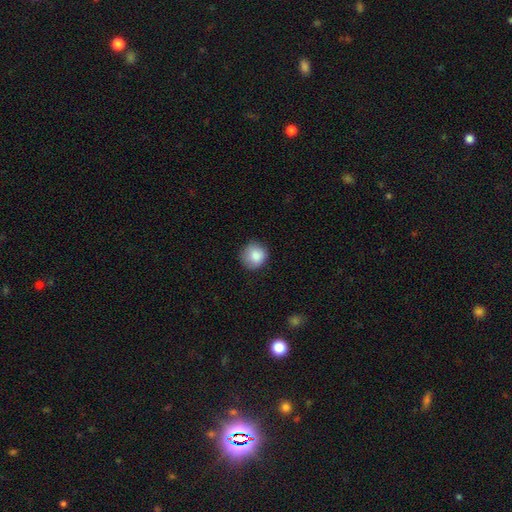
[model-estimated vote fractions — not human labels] The model was most divided on "merging": none: 79%, minor disturbance: 17%, major disturbance: 3%, merger: 1%. More confident: how rounded — round (91%); smooth or featured — smooth (86%).